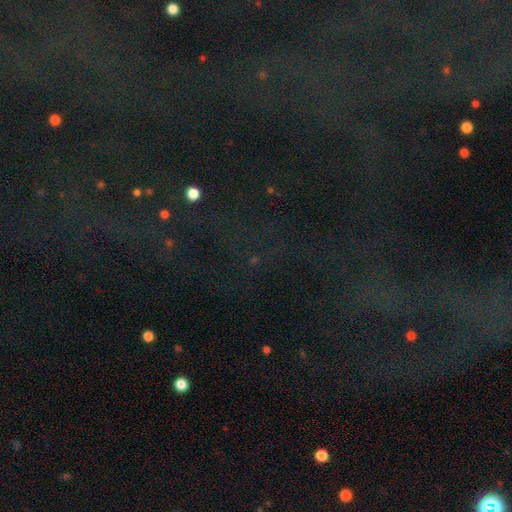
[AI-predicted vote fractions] smooth-or-featured: star or artifact: 76% | smooth: 12% | featured or disk: 12%